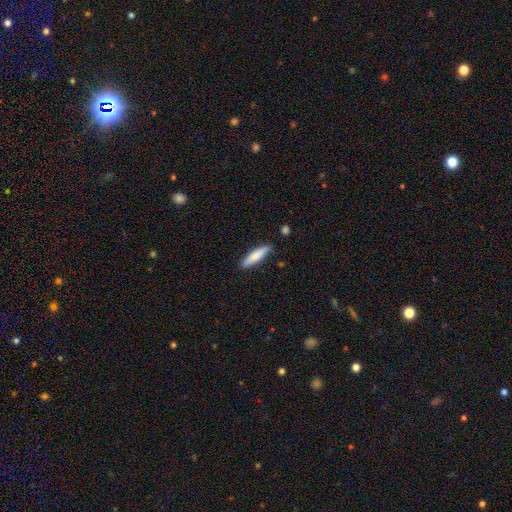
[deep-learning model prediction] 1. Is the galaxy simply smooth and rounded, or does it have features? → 71% smooth, 23% featured or disk, 6% star or artifact.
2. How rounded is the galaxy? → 79% cigar-shaped, 19% in between, 1% round.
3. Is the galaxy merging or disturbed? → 85% none, 11% minor disturbance, 2% merger, 2% major disturbance.